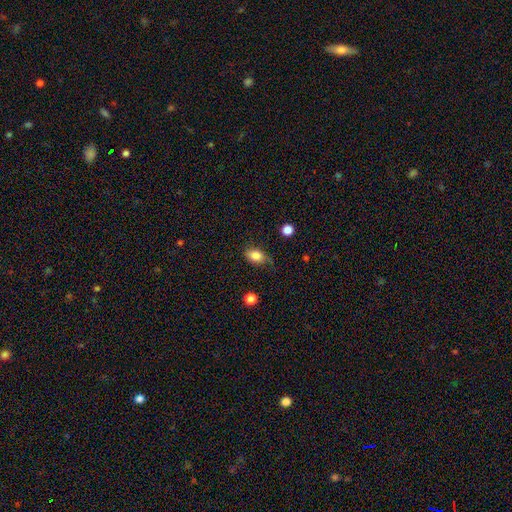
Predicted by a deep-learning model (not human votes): Overall: smooth (84%). How rounded: in between (82%). Merging: none (66%; minor disturbance 26%).